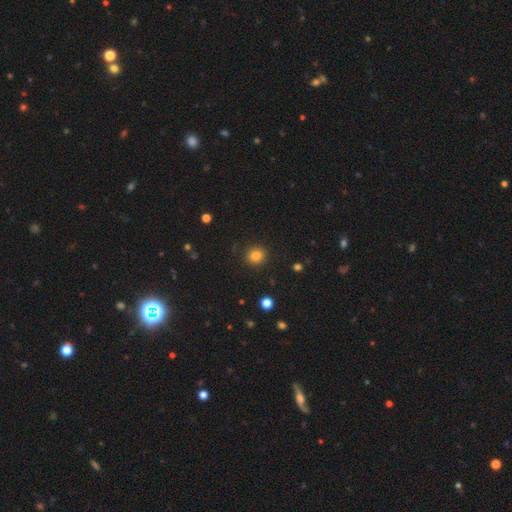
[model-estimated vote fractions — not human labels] smooth 82%, star or artifact 12%, featured or disk 5%. Down the decision tree: how rounded — round (88%); merging — none (90%).